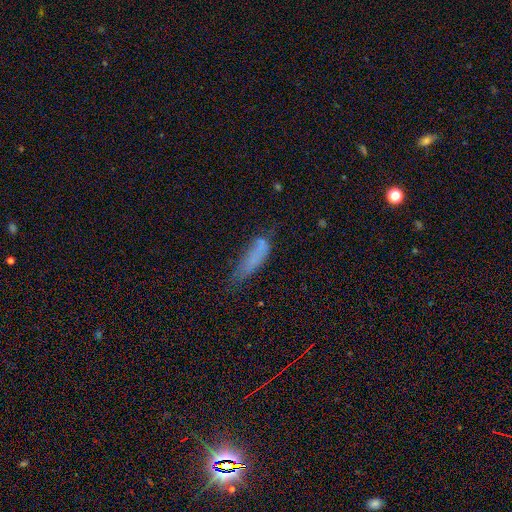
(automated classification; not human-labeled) smooth-or-featured: smooth: 68% | featured or disk: 18% | star or artifact: 13%
  how-rounded: cigar-shaped: 54% | in between: 43% | round: 2%
  merging: none: 38% | minor disturbance: 32% | major disturbance: 22% | merger: 8%